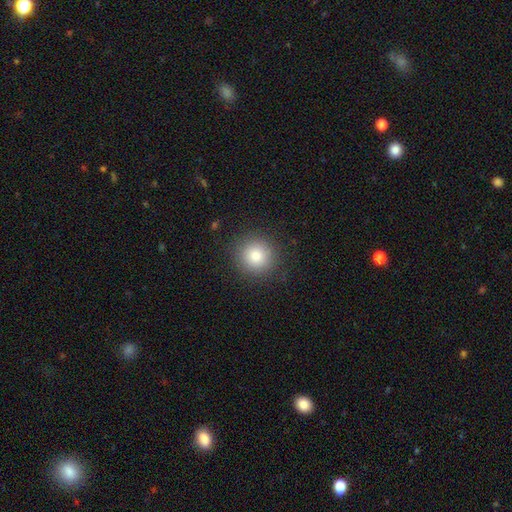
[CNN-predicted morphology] smooth-or-featured: smooth: 81% | star or artifact: 12% | featured or disk: 7%
  how-rounded: round: 94% | in between: 6% | cigar-shaped: 1%
  merging: none: 91% | minor disturbance: 6% | major disturbance: 2% | merger: 1%